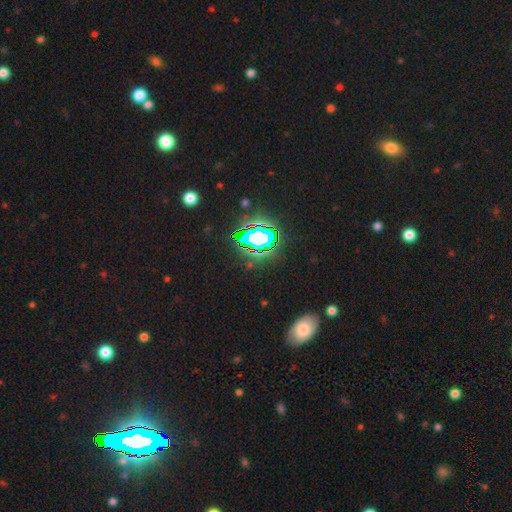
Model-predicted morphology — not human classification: A star or artifact, not a galaxy (75%).

Vote fractions:
- Smooth or featured? star or artifact: 75% / smooth: 16% / featured or disk: 9%